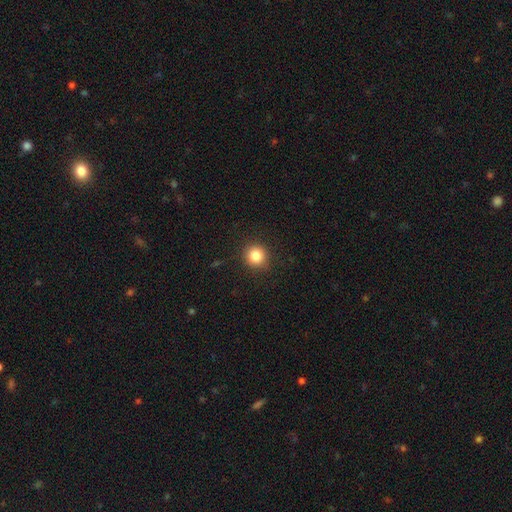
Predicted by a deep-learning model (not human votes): A smooth galaxy with no disk features (84%) that is round (93%).

Vote fractions:
- Smooth or featured? smooth: 84% / star or artifact: 11% / featured or disk: 5%
- How rounded? round: 93% / in between: 6% / cigar-shaped: 1%
- Merging? none: 91% / minor disturbance: 6% / major disturbance: 2% / merger: 1%